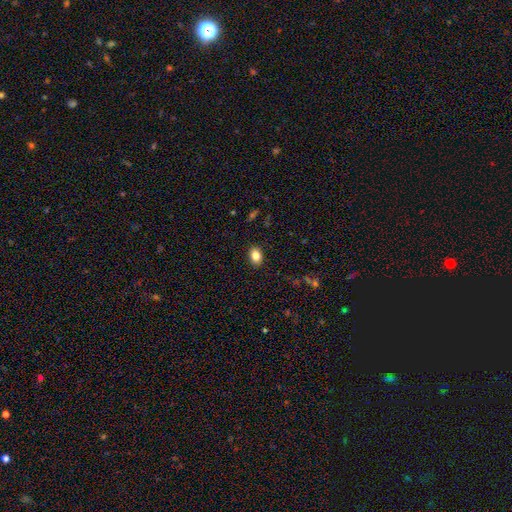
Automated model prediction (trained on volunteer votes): Q: Smooth or featured?
A: smooth (84%); runner-up: star or artifact (9%)
Q: How rounded?
A: in between (73%); runner-up: round (25%)
Q: Merging?
A: none (89%); runner-up: minor disturbance (8%)